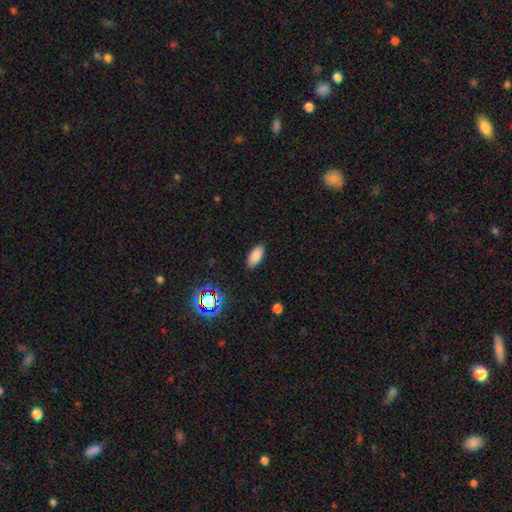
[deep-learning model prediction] A smooth galaxy with no disk features (85%) that is in between round and cigar-shaped (89%).

Vote fractions:
- Smooth or featured? smooth: 85% / star or artifact: 10% / featured or disk: 5%
- How rounded? in between: 89% / cigar-shaped: 9% / round: 2%
- Merging? none: 87% / minor disturbance: 10% / major disturbance: 2% / merger: 1%